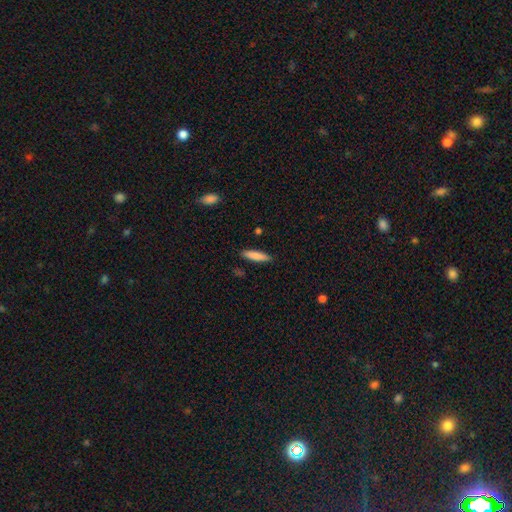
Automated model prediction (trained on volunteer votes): smooth 83%, featured or disk 11%, star or artifact 6%. Down the decision tree: how rounded — cigar-shaped (79%); merging — none (88%).